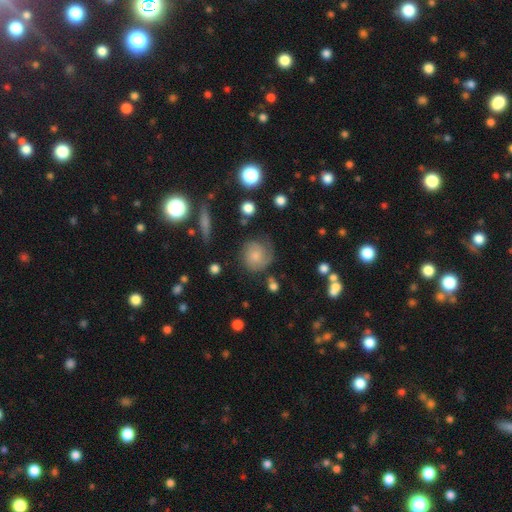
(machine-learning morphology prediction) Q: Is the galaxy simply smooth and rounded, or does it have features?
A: smooth — 51%.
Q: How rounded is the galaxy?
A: round — 81%.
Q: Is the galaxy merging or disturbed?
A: none — 57%.